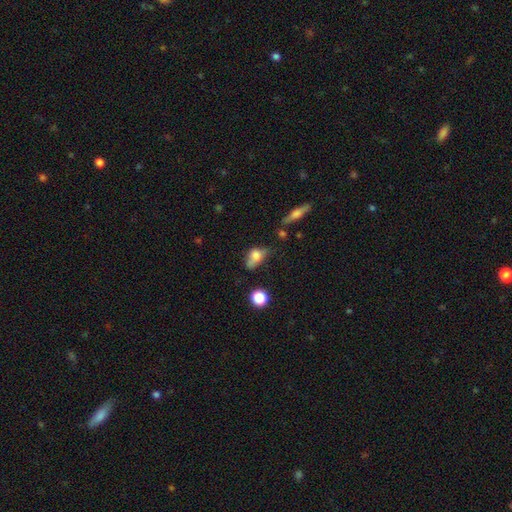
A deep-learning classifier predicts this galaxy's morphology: smooth_or_featured: smooth (p=0.70) [alt: featured or disk p=0.19]
how_rounded: in between (p=0.74) [alt: round p=0.21]
merging: minor disturbance (p=0.34) [alt: none p=0.29]